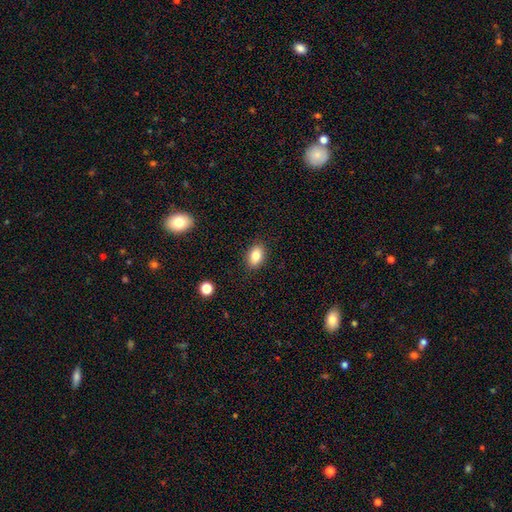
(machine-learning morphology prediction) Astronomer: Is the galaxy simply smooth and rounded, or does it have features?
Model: smooth — 83%.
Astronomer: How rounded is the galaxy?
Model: in between — 87%.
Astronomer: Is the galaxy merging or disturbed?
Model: none — 87%.